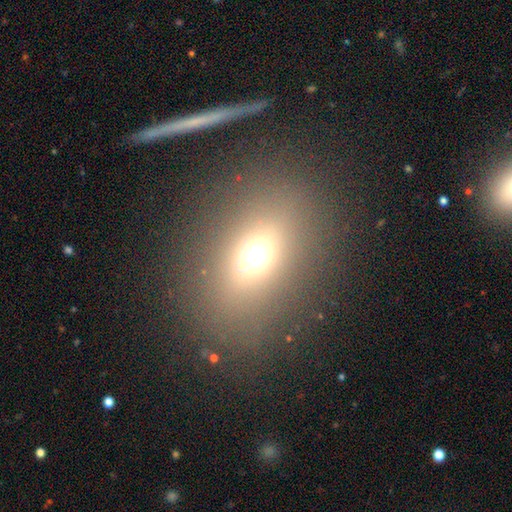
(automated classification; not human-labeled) Smooth or featured: smooth — 62% (star or artifact — 22%)
How rounded: in between — 64% (round — 33%)
Merging: none — 83% (minor disturbance — 9%)